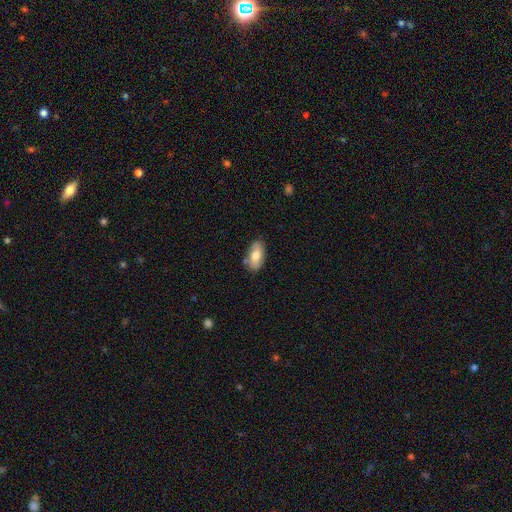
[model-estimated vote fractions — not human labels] smooth 73%, featured or disk 20%, star or artifact 7%. Down the decision tree: how rounded — in between (91%); merging — none (77%).